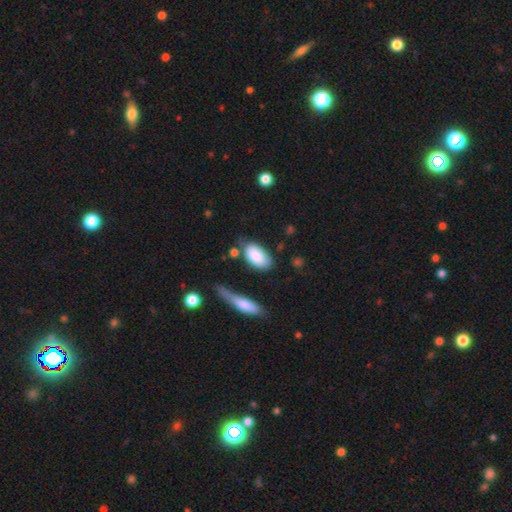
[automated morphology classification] smooth_or_featured: smooth (p=0.85) [alt: featured or disk p=0.09]
how_rounded: in between (p=0.93) [alt: round p=0.05]
merging: none (p=0.58) [alt: minor disturbance p=0.24]